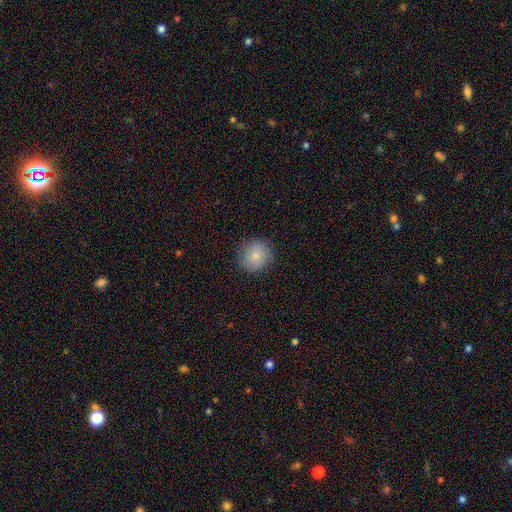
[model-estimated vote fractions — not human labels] Morphology: type=smooth (84%); roundness=round (91%); merging=none (86%).